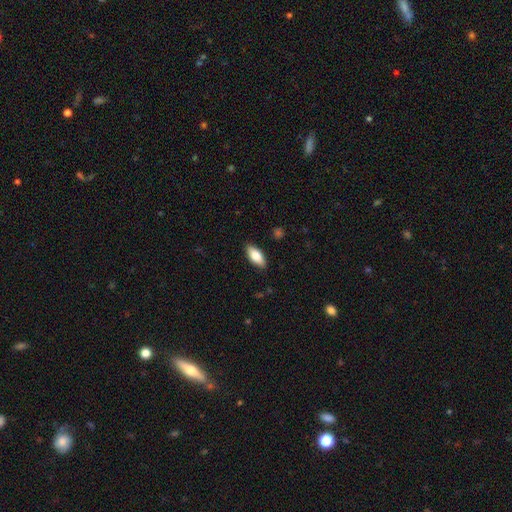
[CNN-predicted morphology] smooth_or_featured: smooth (p=0.81) [alt: featured or disk p=0.12]
how_rounded: in between (p=0.85) [alt: cigar-shaped p=0.13]
merging: none (p=0.88) [alt: minor disturbance p=0.10]